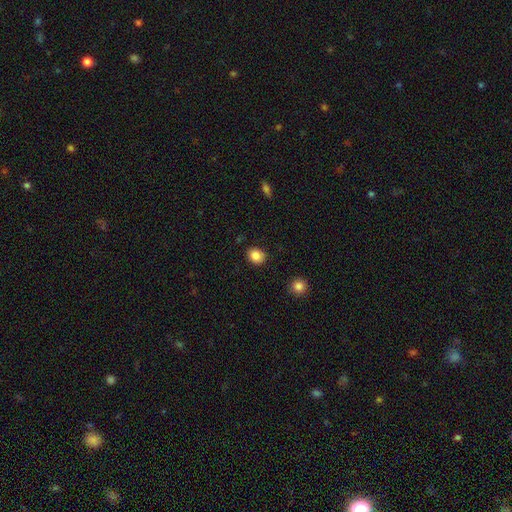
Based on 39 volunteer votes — Morphology: type=smooth (87%); roundness=round (62%); merging=none (97%).